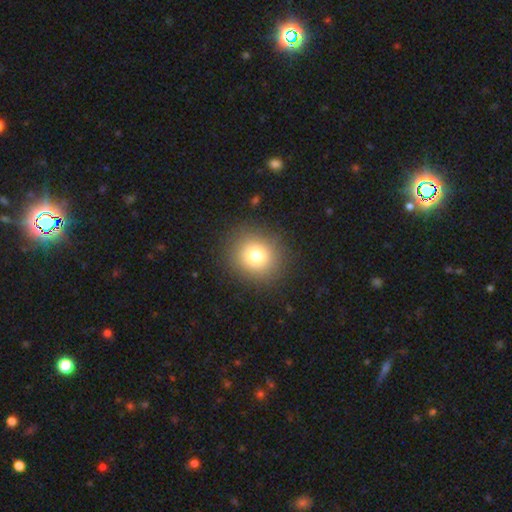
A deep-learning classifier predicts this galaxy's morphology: A smooth galaxy with no disk features (77%) that is round (85%).

Vote fractions:
- Smooth or featured? smooth: 77% / star or artifact: 14% / featured or disk: 10%
- How rounded? round: 85% / in between: 14% / cigar-shaped: 1%
- Merging? none: 88% / minor disturbance: 7% / major disturbance: 3% / merger: 1%